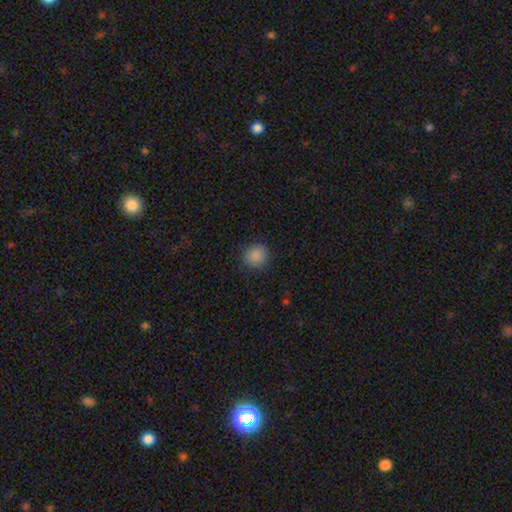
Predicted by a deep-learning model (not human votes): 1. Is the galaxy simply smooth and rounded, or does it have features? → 87% smooth, 10% star or artifact, 3% featured or disk.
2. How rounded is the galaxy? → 89% round, 10% in between, 1% cigar-shaped.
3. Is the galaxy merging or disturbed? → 89% none, 8% minor disturbance, 3% major disturbance, 1% merger.